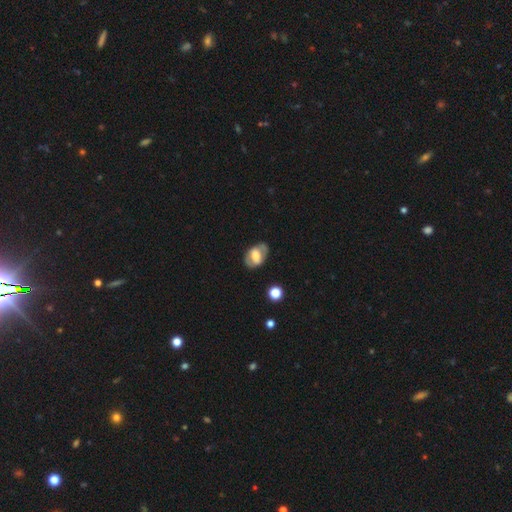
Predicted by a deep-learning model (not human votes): Q: Smooth or featured?
A: featured or disk (47%); runner-up: smooth (46%)
Q: Merging?
A: none (72%); runner-up: minor disturbance (19%)